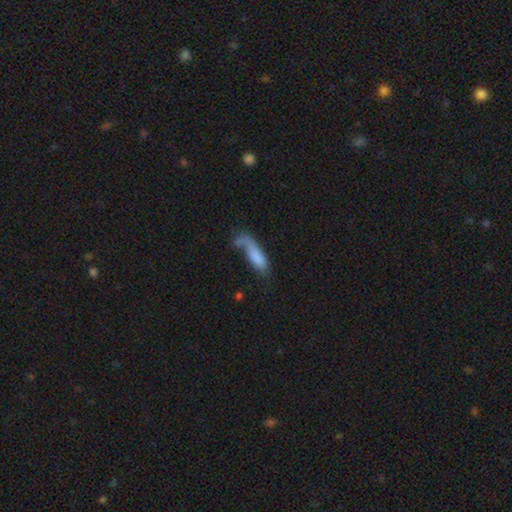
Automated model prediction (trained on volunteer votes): A smooth galaxy with no disk features (71%) that is in between round and cigar-shaped (48%, tied with cigar-shaped). Merging: none (35%).